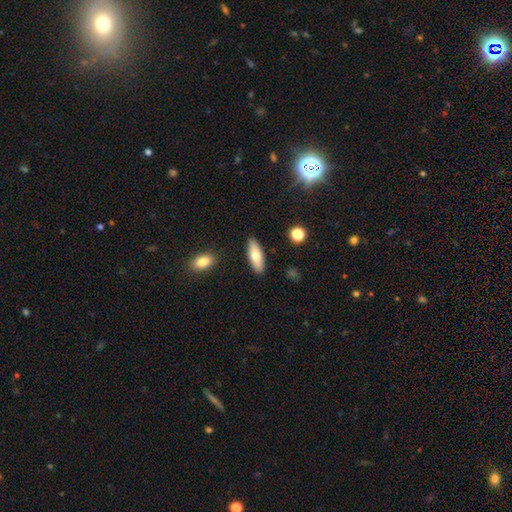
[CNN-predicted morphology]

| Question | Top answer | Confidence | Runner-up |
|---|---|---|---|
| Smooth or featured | smooth | 72% | featured or disk (22%) |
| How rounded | in between | 64% | cigar-shaped (34%) |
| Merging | none | 87% | minor disturbance (8%) |